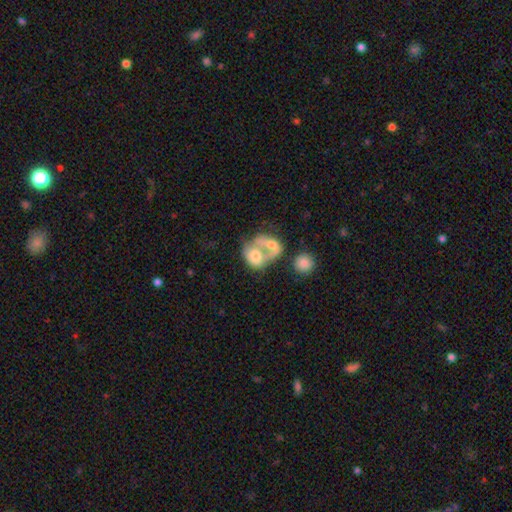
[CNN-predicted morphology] smooth_or_featured: smooth (p=0.54) [alt: featured or disk p=0.37]
how_rounded: in between (p=0.56) [alt: round p=0.42]
merging: merger (p=0.74) [alt: none p=0.11]